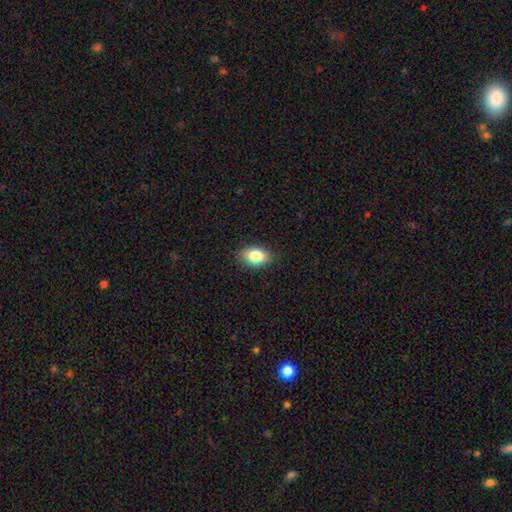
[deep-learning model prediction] Smooth or featured: smooth — 85% (star or artifact — 8%)
How rounded: in between — 84% (round — 14%)
Merging: none — 85% (minor disturbance — 11%)